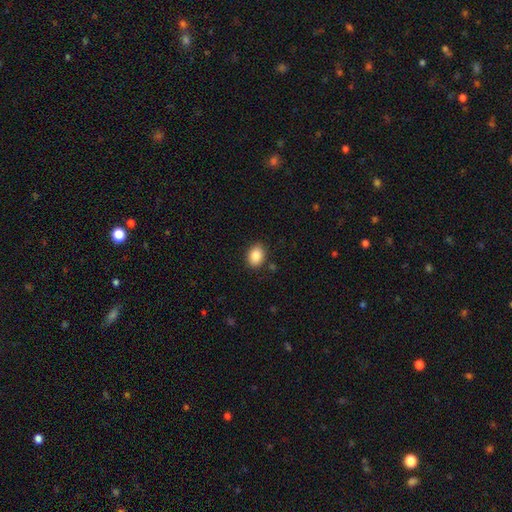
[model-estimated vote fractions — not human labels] A smooth galaxy with no disk features (87%) that is in between round and cigar-shaped (72%). Merging: none (86%).